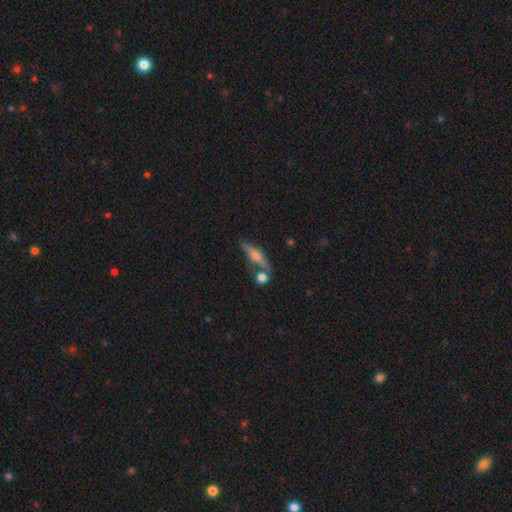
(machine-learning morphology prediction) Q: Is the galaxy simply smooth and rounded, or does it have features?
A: featured or disk — 53%.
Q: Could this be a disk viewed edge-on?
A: yes — 91%.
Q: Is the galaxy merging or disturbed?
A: none — 66%.